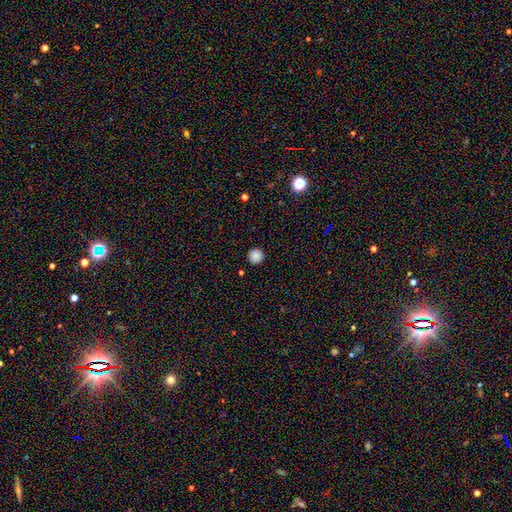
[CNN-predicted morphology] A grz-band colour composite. It shows a smooth galaxy with no disk features (86%) that is round (96%). Merging: none (93%).